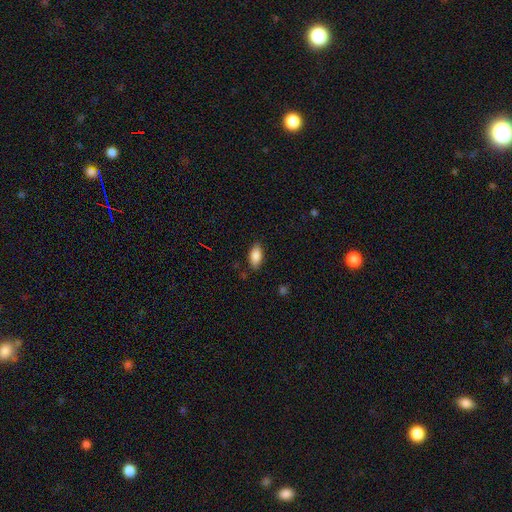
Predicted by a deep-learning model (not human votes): smooth 86%, star or artifact 7%, featured or disk 7%. Down the decision tree: how rounded — in between (90%); merging — none (84%).